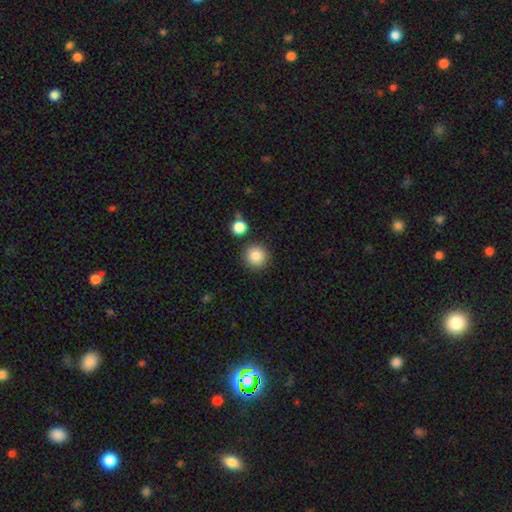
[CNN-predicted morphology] The model was most divided on "smooth or featured": smooth: 86%, star or artifact: 9%, featured or disk: 5%. More confident: how rounded — round (94%); merging — none (87%).